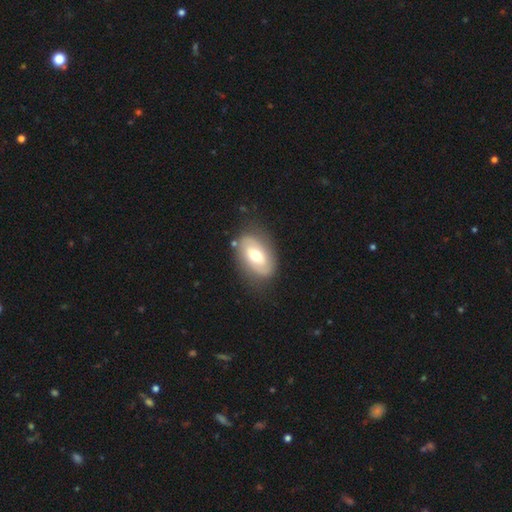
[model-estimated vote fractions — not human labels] Smooth or featured: featured or disk — 51% (smooth — 43%)
Edge-on disk: no — 92% (yes — 8%)
Merging: none — 74% (minor disturbance — 17%)